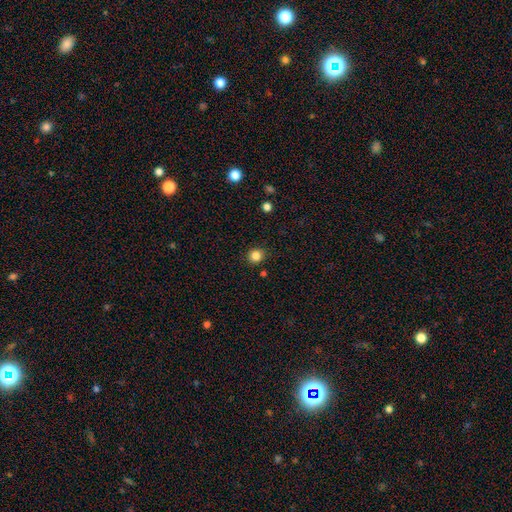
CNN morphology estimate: smooth-or-featured: smooth: 84% | star or artifact: 12% | featured or disk: 4%
  how-rounded: round: 89% | in between: 10% | cigar-shaped: 1%
  merging: none: 89% | minor disturbance: 7% | major disturbance: 2% | merger: 2%